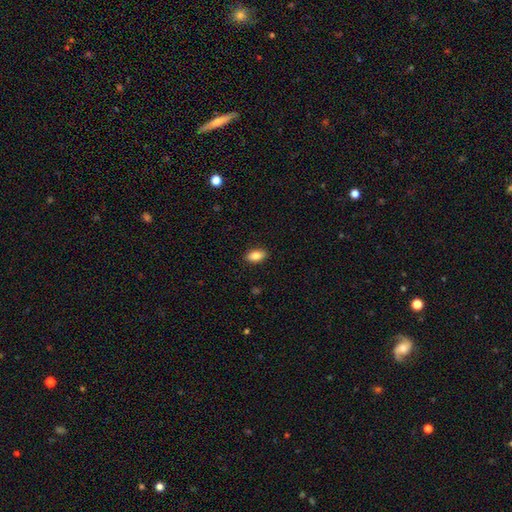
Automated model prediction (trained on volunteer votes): smooth 86%, star or artifact 7%, featured or disk 7%. Down the decision tree: how rounded — in between (91%); merging — none (89%).